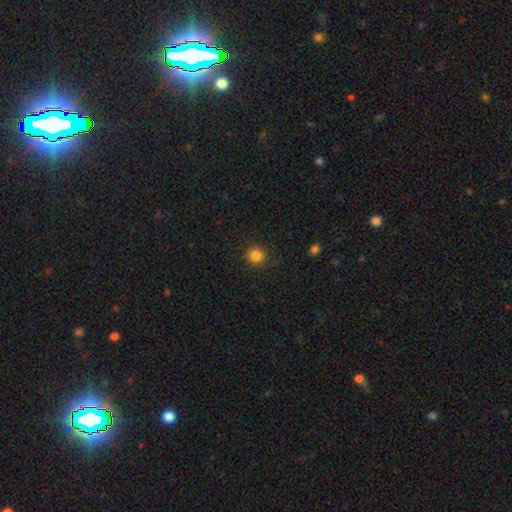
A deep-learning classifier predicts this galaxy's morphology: Smooth or featured: smooth — 84% (star or artifact — 12%)
How rounded: round — 91% (in between — 8%)
Merging: none — 90% (minor disturbance — 6%)